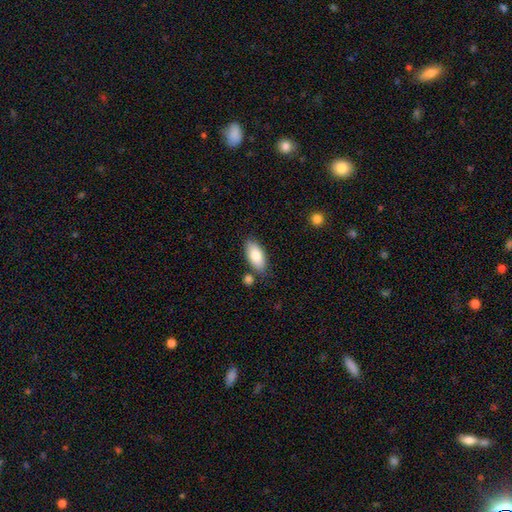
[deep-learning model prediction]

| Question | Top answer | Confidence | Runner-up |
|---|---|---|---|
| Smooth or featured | smooth | 82% | featured or disk (12%) |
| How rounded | in between | 91% | cigar-shaped (7%) |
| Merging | none | 79% | minor disturbance (12%) |